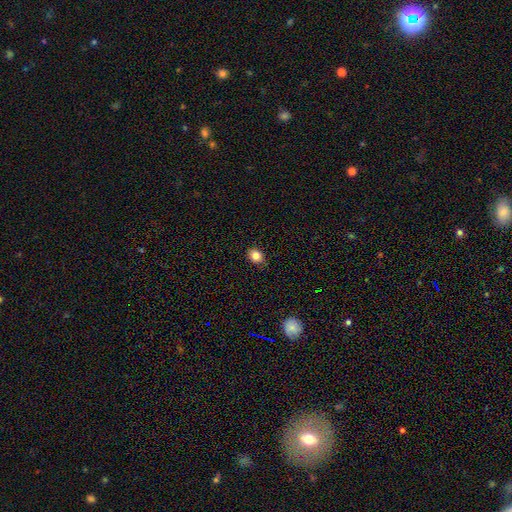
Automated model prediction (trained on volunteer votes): Smooth or featured? smooth (83%)
How rounded? round (54%)
Merging? none (83%)